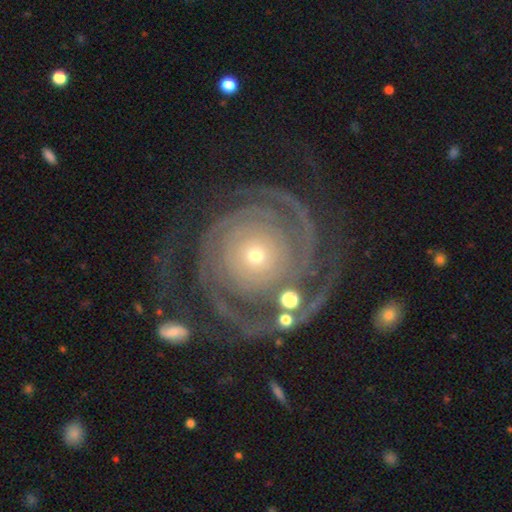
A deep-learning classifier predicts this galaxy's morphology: type=featured or disk (90%); edge-on=no (97%); bar=no (84%); spiral arms=yes (97%); winding=tight (83%); arm count=2 (58%); bulge=small (74%); merging=none (68%).